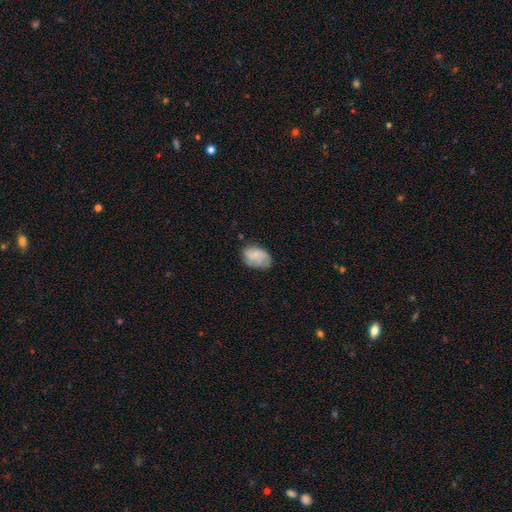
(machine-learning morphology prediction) Smooth or featured: smooth — 68% (featured or disk — 24%)
How rounded: in between — 84% (round — 14%)
Merging: none — 63% (minor disturbance — 28%)